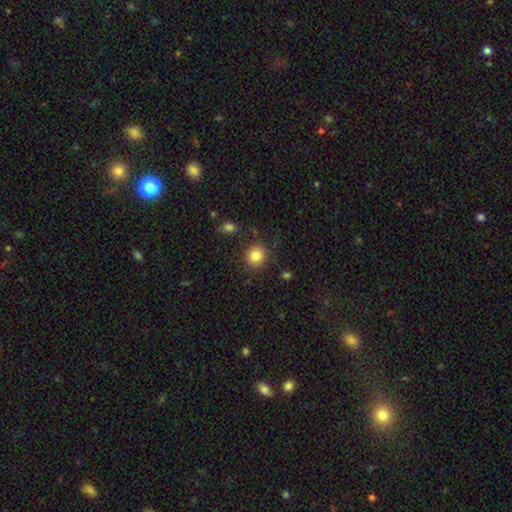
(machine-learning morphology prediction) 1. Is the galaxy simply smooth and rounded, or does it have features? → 84% smooth, 10% star or artifact, 6% featured or disk.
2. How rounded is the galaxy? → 82% round, 17% in between, 1% cigar-shaped.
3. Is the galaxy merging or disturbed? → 83% none, 10% minor disturbance, 3% major disturbance, 3% merger.